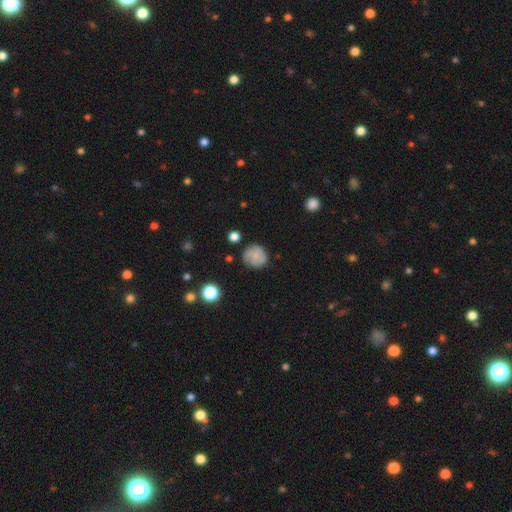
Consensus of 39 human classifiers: Q: Smooth or featured?
A: smooth (79%); runner-up: featured or disk (10%)
Q: How rounded?
A: round (94%); runner-up: in between (6%)
Q: Merging?
A: none (80%); runner-up: minor disturbance (9%)